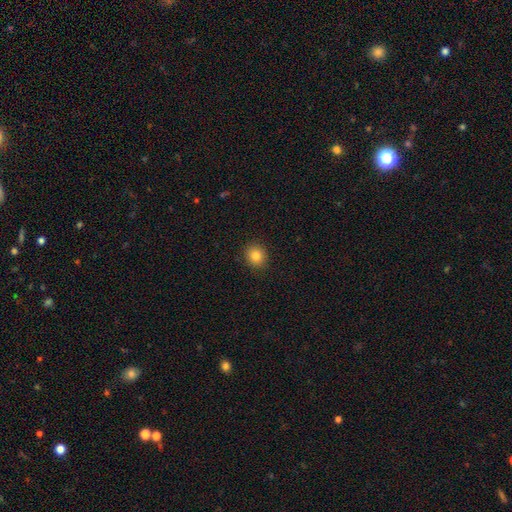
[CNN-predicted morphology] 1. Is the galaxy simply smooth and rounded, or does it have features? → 83% smooth, 11% star or artifact, 6% featured or disk.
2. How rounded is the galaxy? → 82% round, 17% in between, 1% cigar-shaped.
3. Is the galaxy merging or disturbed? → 91% none, 6% minor disturbance, 2% major disturbance, 1% merger.